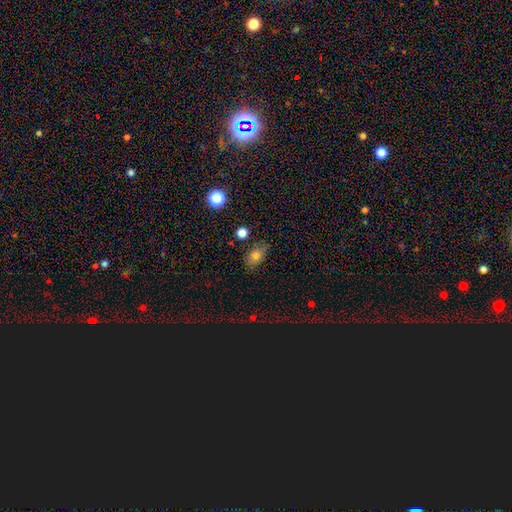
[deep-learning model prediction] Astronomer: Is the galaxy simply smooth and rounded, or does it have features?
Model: smooth — 78%.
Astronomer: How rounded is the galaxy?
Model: in between — 82%.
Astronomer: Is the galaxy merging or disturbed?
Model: none — 78%.